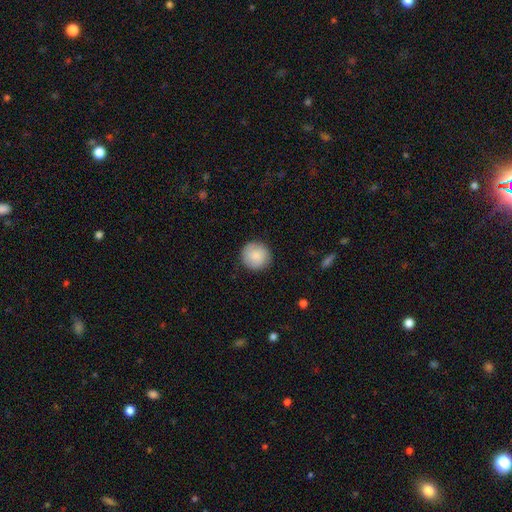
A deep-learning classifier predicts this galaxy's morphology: smooth 84%, featured or disk 10%, star or artifact 6%. Down the decision tree: how rounded — round (95%); merging — none (88%).